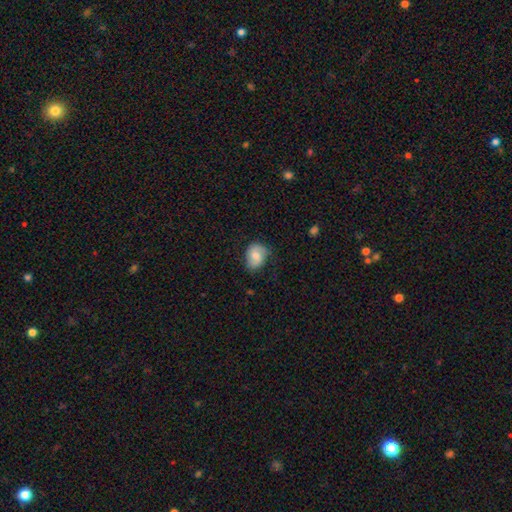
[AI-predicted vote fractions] Morphology: type=smooth (68%); roundness=in between (62%); merging=none (69%).